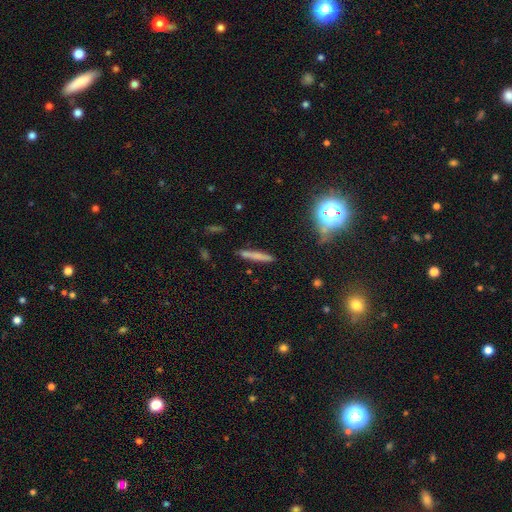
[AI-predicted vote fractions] Q: Smooth or featured?
A: smooth (66%); runner-up: featured or disk (23%)
Q: How rounded?
A: cigar-shaped (93%); runner-up: in between (5%)
Q: Merging?
A: none (85%); runner-up: minor disturbance (10%)